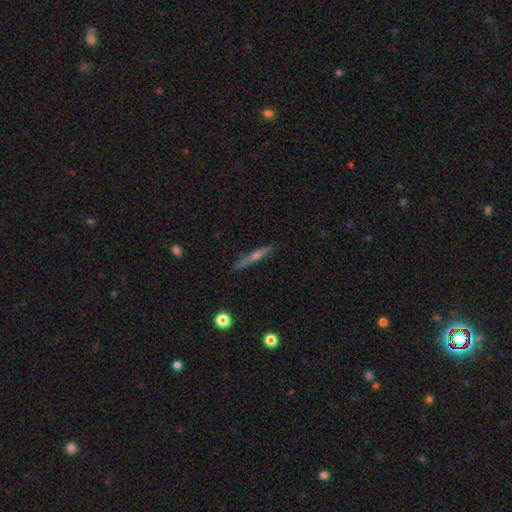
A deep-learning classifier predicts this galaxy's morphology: Smooth or featured? Predicted: featured or disk (p=0.55). Edge-on disk? Predicted: yes (p=0.95). Edge-on bulge? Predicted: rounded (p=0.59). Merging? Predicted: none (p=0.85).